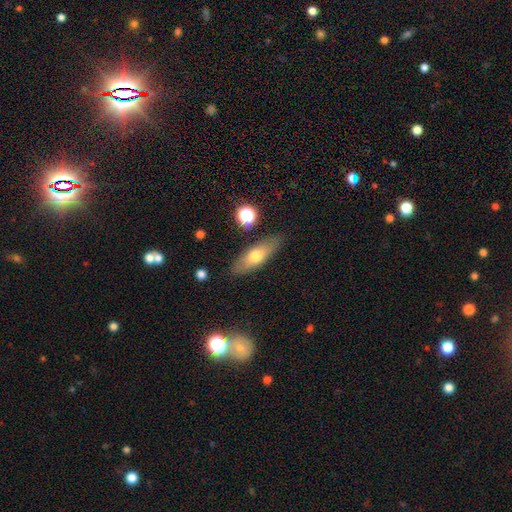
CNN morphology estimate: This appears to be a smooth galaxy with no disk features (63%) that is in between round and cigar-shaped (60%). Merging: none (84%).